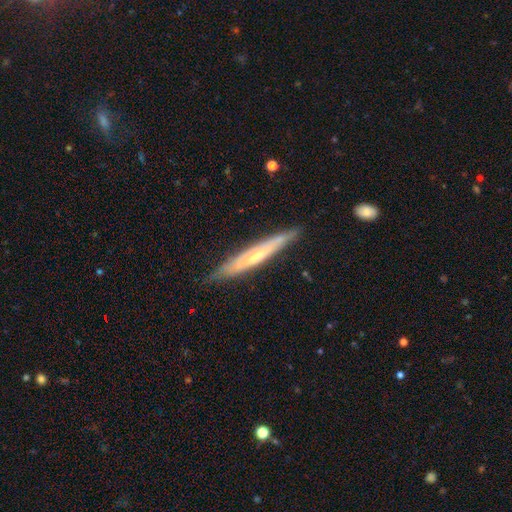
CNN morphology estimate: featured or disk 58%, smooth 36%, star or artifact 6%. Down the decision tree: edge-on disk — yes (85%); merging — none (81%).